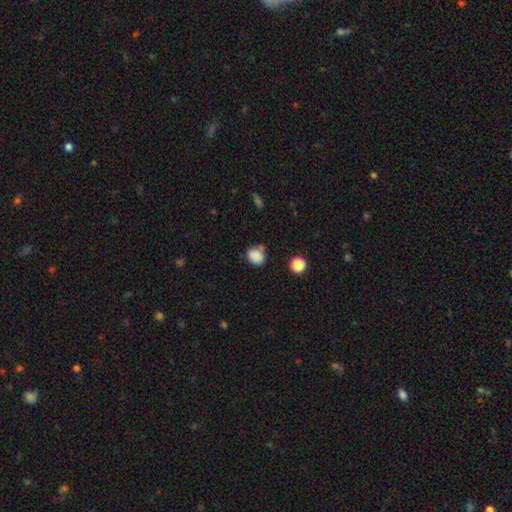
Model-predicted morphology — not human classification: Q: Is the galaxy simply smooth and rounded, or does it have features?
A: smooth — 85%.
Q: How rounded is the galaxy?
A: round — 58%.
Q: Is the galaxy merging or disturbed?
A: none — 68%.